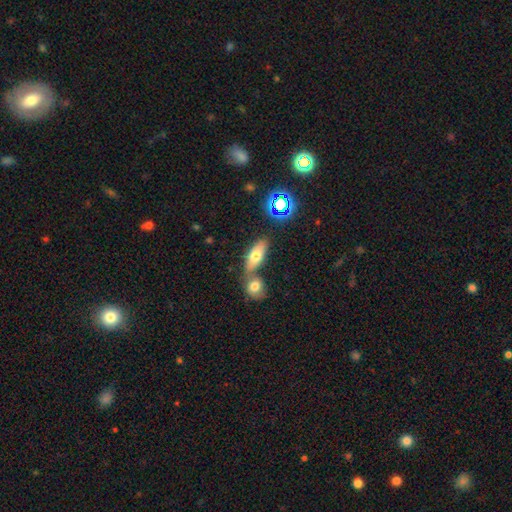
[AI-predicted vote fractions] smooth 68%, featured or disk 20%, star or artifact 12%. Down the decision tree: how rounded — in between (76%); merging — none (51%).